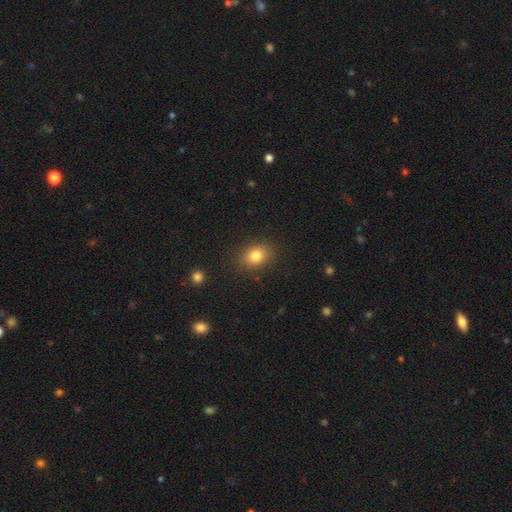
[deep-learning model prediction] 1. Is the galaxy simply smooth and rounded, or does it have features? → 82% smooth, 10% star or artifact, 8% featured or disk.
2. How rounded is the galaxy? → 58% in between, 41% round, 1% cigar-shaped.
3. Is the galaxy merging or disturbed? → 86% none, 10% minor disturbance, 3% major disturbance, 1% merger.